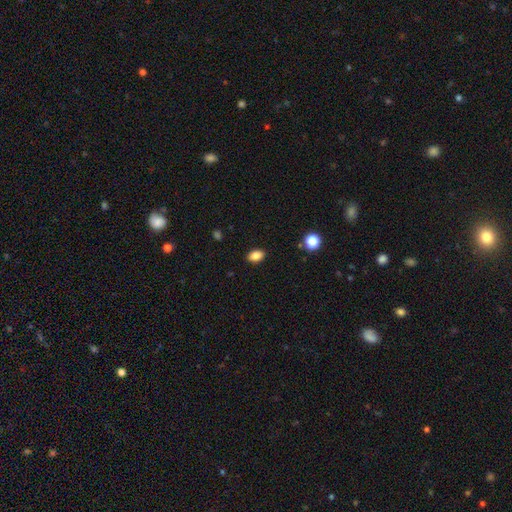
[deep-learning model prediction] Q: Smooth or featured?
A: smooth (86%); runner-up: star or artifact (9%)
Q: How rounded?
A: in between (84%); runner-up: round (14%)
Q: Merging?
A: none (89%); runner-up: minor disturbance (8%)